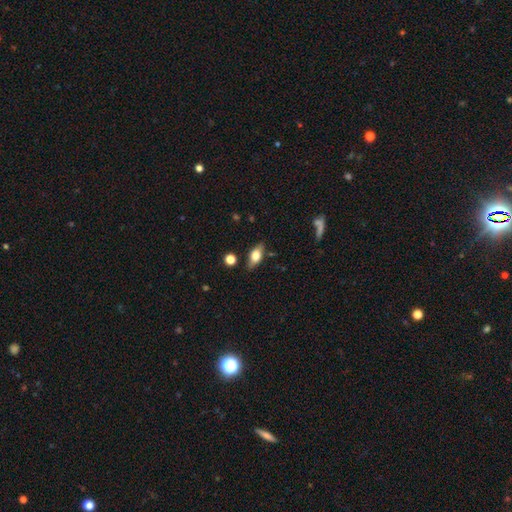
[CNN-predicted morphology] This is likely a smooth galaxy (61%). How rounded: clearly in between (80%). Merging: clearly none (81%).